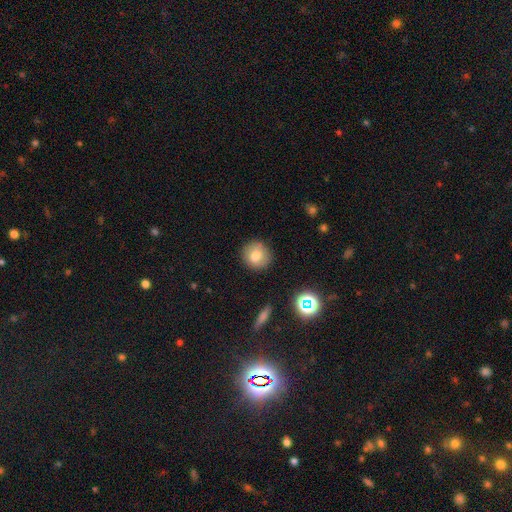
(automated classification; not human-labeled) smooth_or_featured: smooth (p=0.78) [alt: featured or disk p=0.12]
how_rounded: round (p=0.89) [alt: in between p=0.10]
merging: none (p=0.87) [alt: minor disturbance p=0.09]